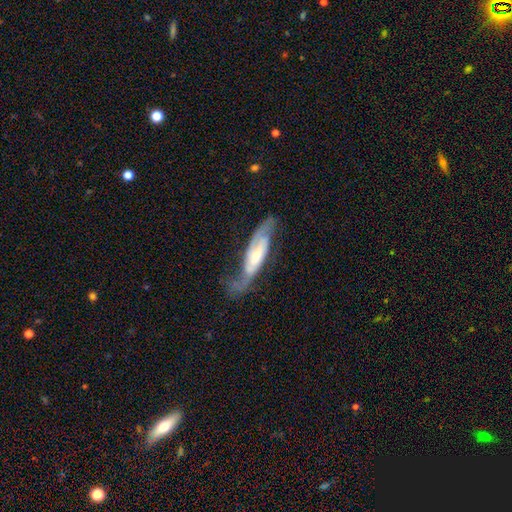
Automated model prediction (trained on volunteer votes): smooth-or-featured: featured or disk: 79% | smooth: 16% | star or artifact: 6%
  disk-edge-on: no: 79% | yes: 21%
    bar: no: 42% | weak: 34% | strong: 24%
    has-spiral-arms: yes: 93% | no: 7%
      spiral-winding: medium: 43% | loose: 31% | tight: 25%
      spiral-arm-count: 2: 82% | can't tell: 9% | 1: 5% | 3: 2% | 4: 1% | more than 4: 1%
    bulge-size: small: 46% | moderate: 41% | large: 6% | none: 5% | dominant: 2%
  merging: none: 58% | minor disturbance: 23% | major disturbance: 17% | merger: 3%